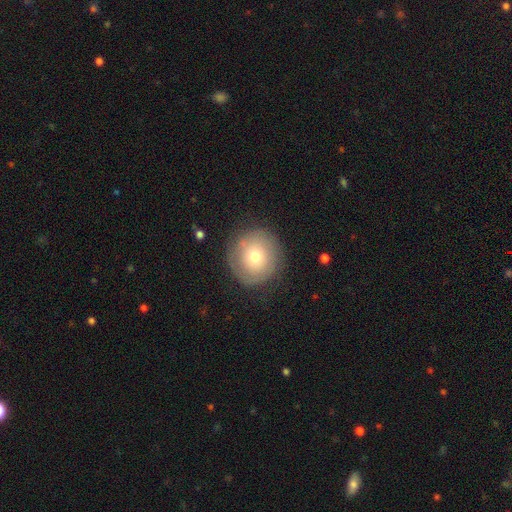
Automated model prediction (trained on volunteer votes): Morphology: type=smooth (45%); merging=none (84%).